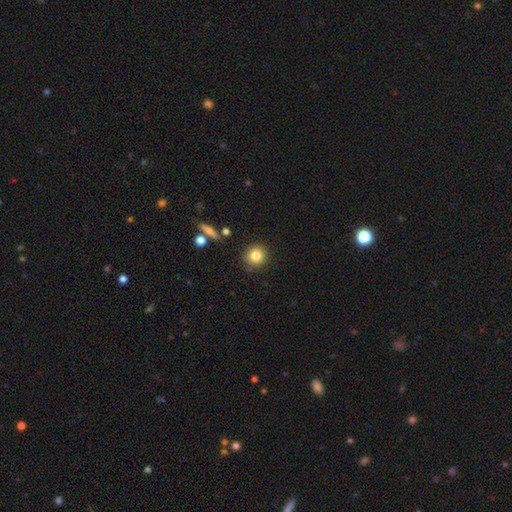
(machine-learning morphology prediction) A smooth galaxy with no disk features (82%) that is round (91%).

Vote fractions:
- Smooth or featured? smooth: 82% / star or artifact: 10% / featured or disk: 8%
- How rounded? round: 91% / in between: 8% / cigar-shaped: 1%
- Merging? none: 87% / minor disturbance: 8% / merger: 2% / major disturbance: 2%